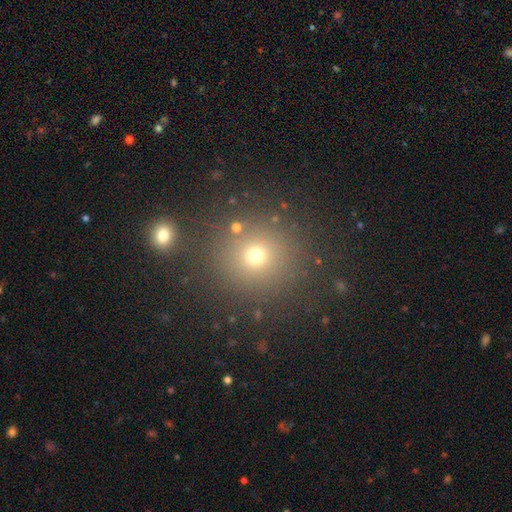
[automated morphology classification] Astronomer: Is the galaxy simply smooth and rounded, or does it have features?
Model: smooth — 68%.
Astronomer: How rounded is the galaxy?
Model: round — 90%.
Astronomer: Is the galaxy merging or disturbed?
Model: none — 83%.